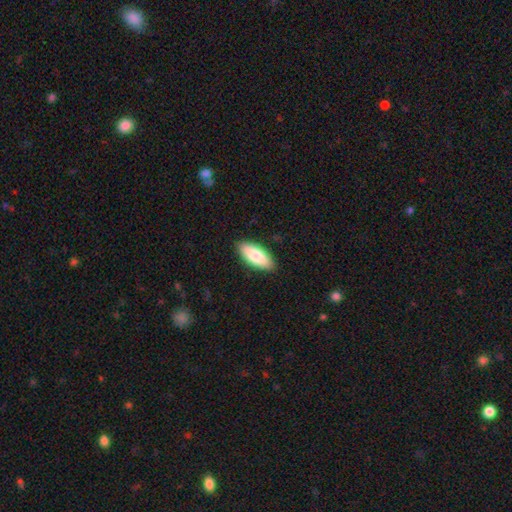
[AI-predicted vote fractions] Overall: smooth (82%). How rounded: in between (84%). Merging: none (88%).